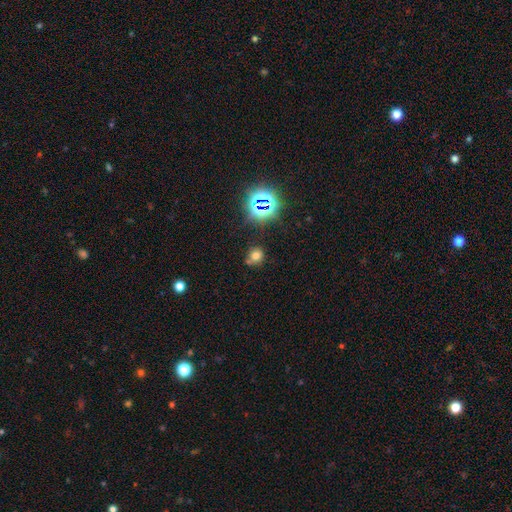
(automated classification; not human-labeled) This appears to be a smooth galaxy with no disk features (64%) that is round (82%). Merging: none (66%).